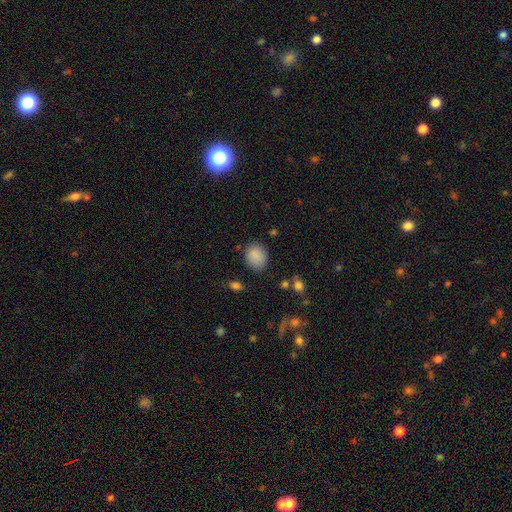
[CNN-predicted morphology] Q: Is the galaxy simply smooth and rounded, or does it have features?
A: smooth — 87%.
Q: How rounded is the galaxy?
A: round — 60%.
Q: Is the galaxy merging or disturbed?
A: none — 81%.